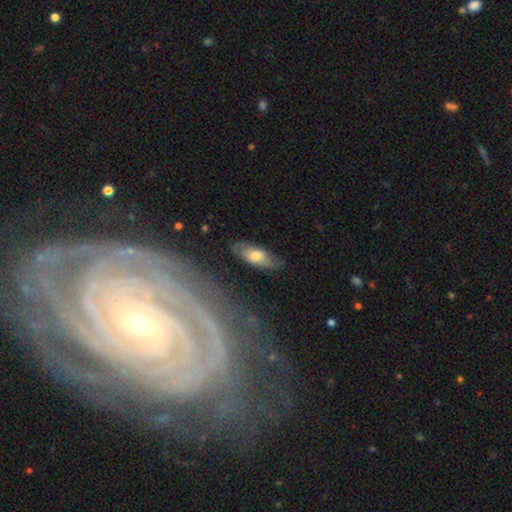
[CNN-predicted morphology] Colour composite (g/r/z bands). It shows a smooth galaxy with no disk features (55%) that is in between round and cigar-shaped (74%). Merging: none (75%).